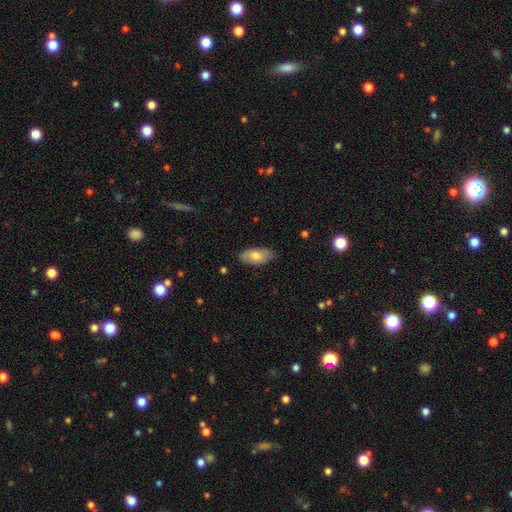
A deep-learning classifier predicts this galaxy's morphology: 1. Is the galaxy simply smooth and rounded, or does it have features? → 71% smooth, 23% featured or disk, 6% star or artifact.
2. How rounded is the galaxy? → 92% in between, 6% cigar-shaped, 3% round.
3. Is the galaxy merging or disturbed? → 81% none, 15% minor disturbance, 2% major disturbance, 1% merger.